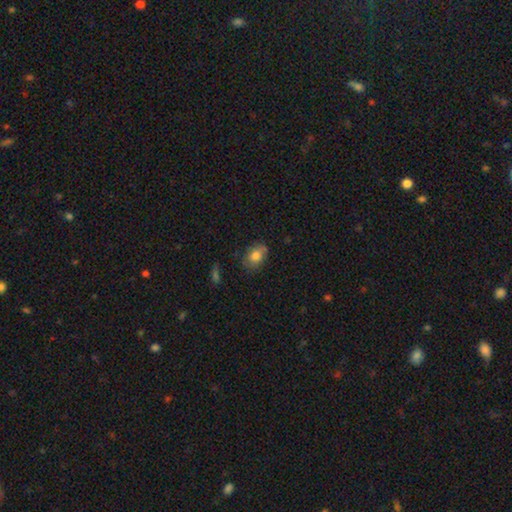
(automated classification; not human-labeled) Smooth or featured? smooth (79%)
How rounded? in between (74%)
Merging? none (73%)